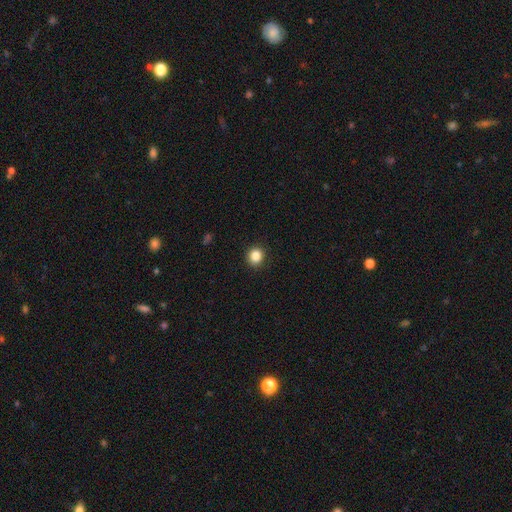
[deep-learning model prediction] Smooth or featured: smooth — 85% (star or artifact — 11%)
How rounded: round — 83% (in between — 16%)
Merging: none — 91% (minor disturbance — 6%)